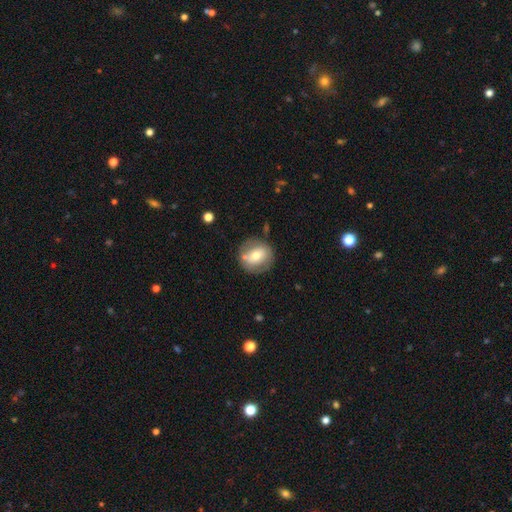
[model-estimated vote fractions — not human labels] smooth-or-featured: smooth: 55% | featured or disk: 37% | star or artifact: 8%
  how-rounded: round: 84% | in between: 15% | cigar-shaped: 1%
  merging: none: 76% | minor disturbance: 14% | major disturbance: 5% | merger: 5%